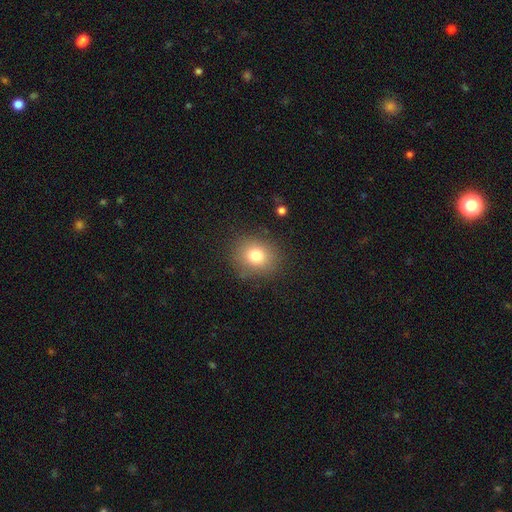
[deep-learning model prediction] Smooth or featured?
  - smooth: 78% *
  - star or artifact: 12%
  - featured or disk: 9%
How rounded?
  - round: 74% *
  - in between: 25%
  - cigar-shaped: 1%
Merging?
  - none: 85% *
  - minor disturbance: 10%
  - major disturbance: 4%
  - merger: 1%